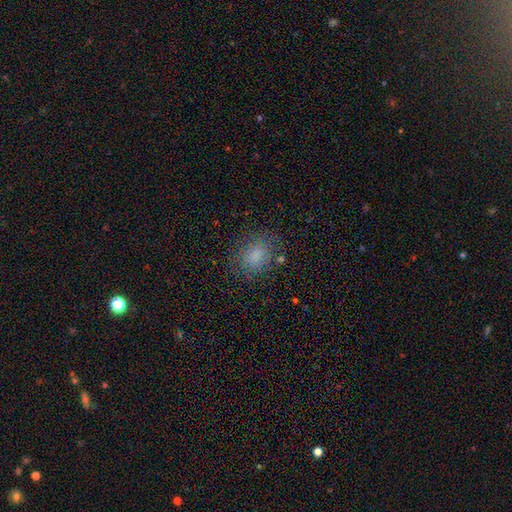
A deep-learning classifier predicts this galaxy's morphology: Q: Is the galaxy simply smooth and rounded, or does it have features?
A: smooth — 80%.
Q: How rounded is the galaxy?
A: in between — 59%.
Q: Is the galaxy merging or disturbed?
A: none — 76%.